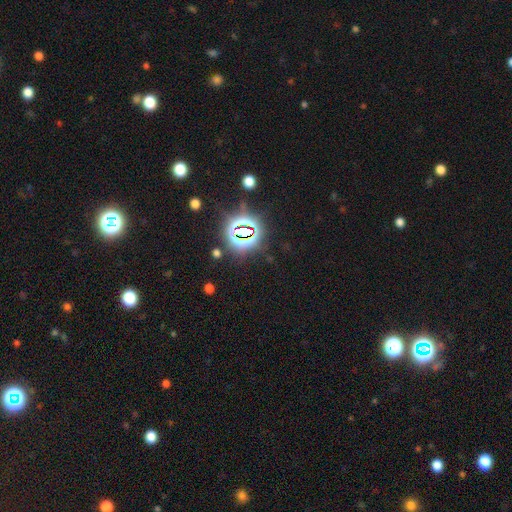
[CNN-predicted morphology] Smooth or featured? Predicted: star or artifact (p=0.81).